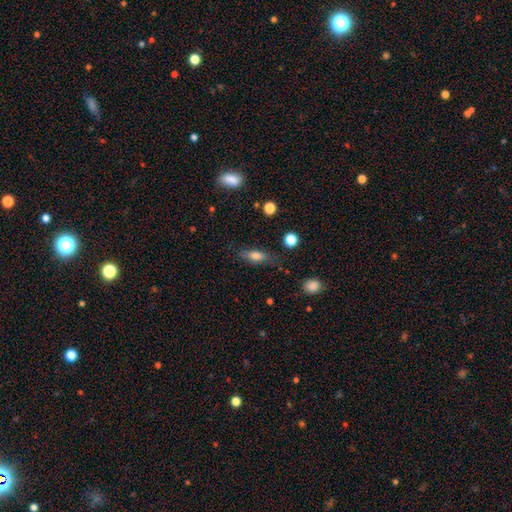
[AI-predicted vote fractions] Q: Smooth or featured?
A: smooth (70%); runner-up: featured or disk (21%)
Q: How rounded?
A: in between (61%); runner-up: cigar-shaped (33%)
Q: Merging?
A: none (76%); runner-up: minor disturbance (16%)